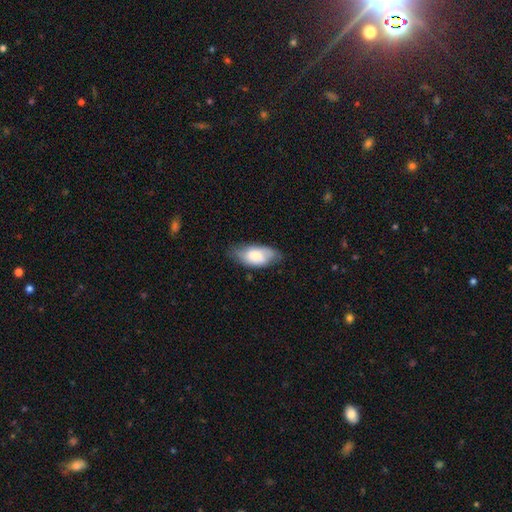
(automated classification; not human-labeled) Smooth or featured: smooth — 70% (featured or disk — 23%)
How rounded: in between — 92% (cigar-shaped — 5%)
Merging: none — 61% (minor disturbance — 30%)